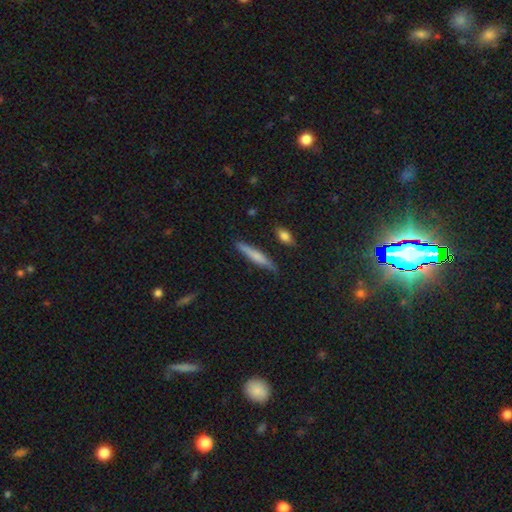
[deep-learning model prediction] Smooth or featured? smooth (60%)
How rounded? cigar-shaped (91%)
Merging? none (82%)